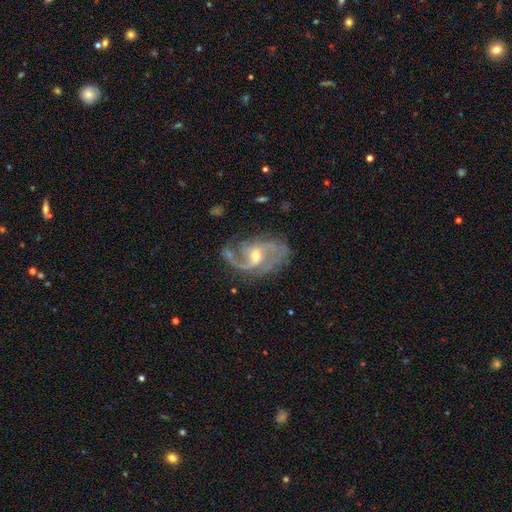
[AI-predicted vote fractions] Q: Smooth or featured?
A: featured or disk (89%); runner-up: star or artifact (6%)
Q: Edge-on disk?
A: no (97%); runner-up: yes (3%)
Q: Bar?
A: weak (43%); tied with: no (43%)
Q: Spiral arms?
A: yes (97%); runner-up: no (3%)
Q: Spiral winding?
A: medium (45%); runner-up: loose (40%)
Q: Spiral arm count?
A: 2 (65%); runner-up: 1 (10%)
Q: Bulge size?
A: moderate (50%); runner-up: small (46%)
Q: Merging?
A: none (60%); runner-up: minor disturbance (21%)